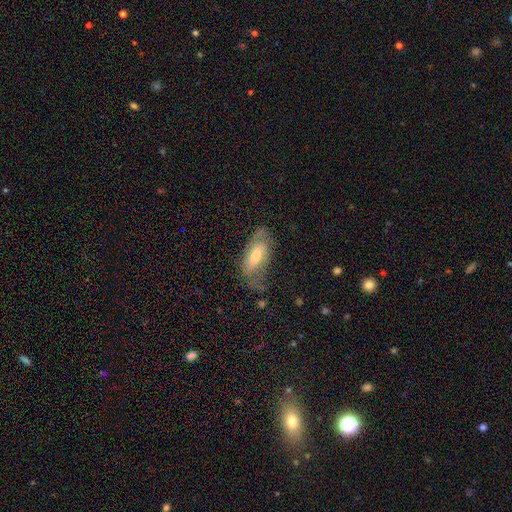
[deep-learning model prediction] Q: Smooth or featured?
A: featured or disk (48%); runner-up: smooth (44%)
Q: Merging?
A: none (54%); runner-up: minor disturbance (28%)